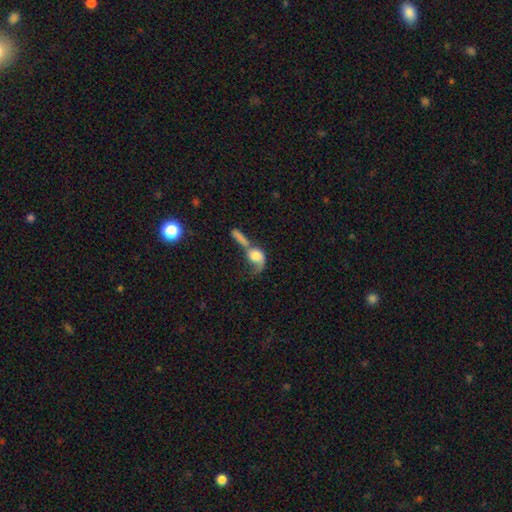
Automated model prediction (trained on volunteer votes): smooth 54%, featured or disk 36%, star or artifact 9%. Down the decision tree: how rounded — in between (57%); merging — merger (55%).